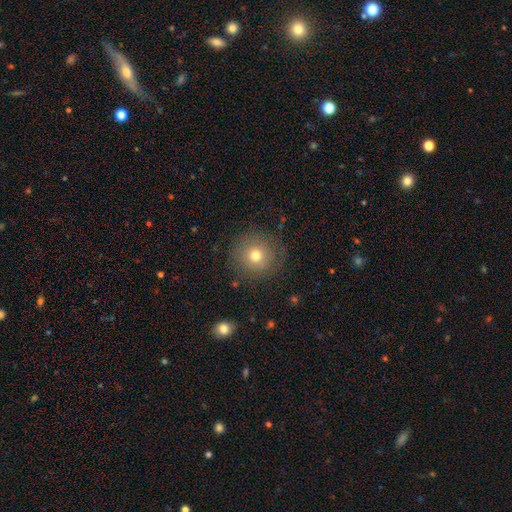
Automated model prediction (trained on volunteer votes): Smooth or featured?
  - smooth: 73% *
  - featured or disk: 14%
  - star or artifact: 13%
How rounded?
  - round: 94% *
  - in between: 5%
  - cigar-shaped: 1%
Merging?
  - none: 85% *
  - minor disturbance: 10%
  - major disturbance: 4%
  - merger: 1%